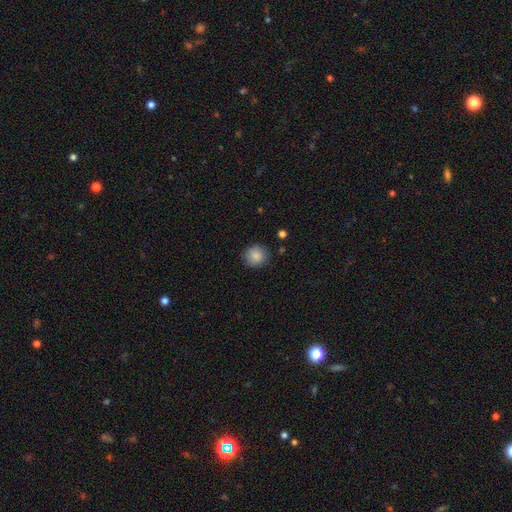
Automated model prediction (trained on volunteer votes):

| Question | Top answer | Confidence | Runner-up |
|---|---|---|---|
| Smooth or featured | smooth | 86% | star or artifact (8%) |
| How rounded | round | 89% | in between (10%) |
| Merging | none | 87% | minor disturbance (9%) |